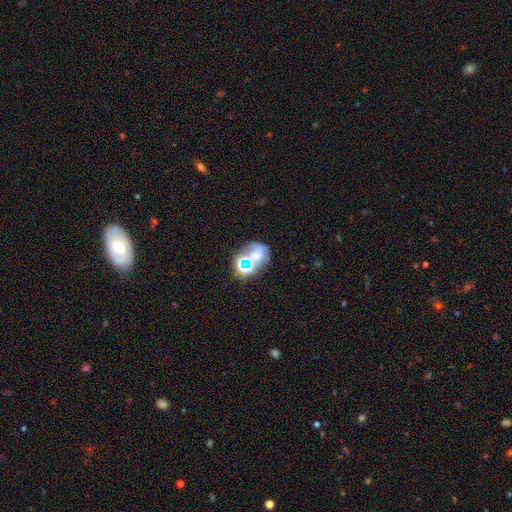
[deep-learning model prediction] smooth 38%, featured or disk 37%, star or artifact 25%. Down the decision tree: merging — merger (36%, tied with none).